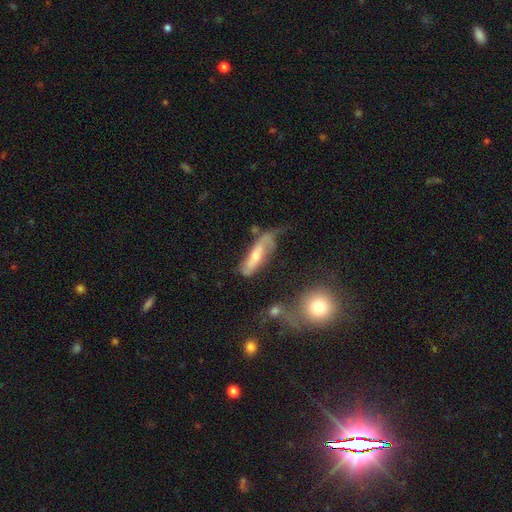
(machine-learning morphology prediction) A featured or disk galaxy (62%). Merging: none (40%).